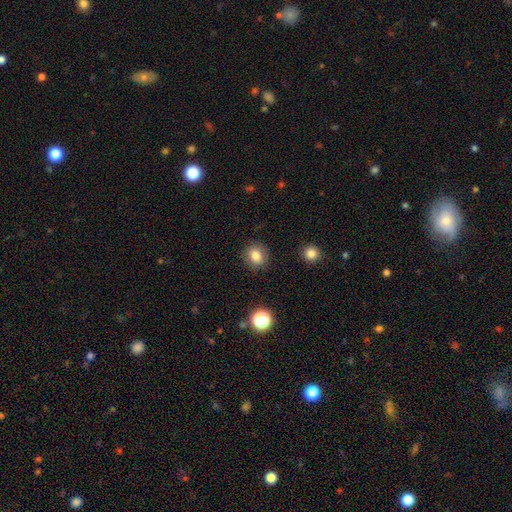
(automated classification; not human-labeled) Q: Smooth or featured?
A: smooth (83%); runner-up: star or artifact (11%)
Q: How rounded?
A: round (69%); runner-up: in between (30%)
Q: Merging?
A: none (87%); runner-up: minor disturbance (9%)